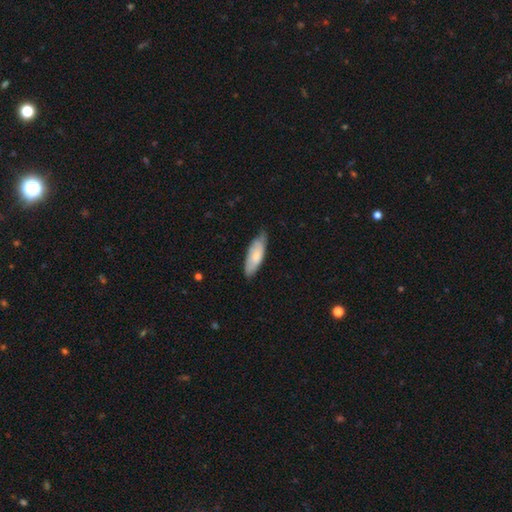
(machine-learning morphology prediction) Smooth or featured?
  - smooth: 69% *
  - featured or disk: 26%
  - star or artifact: 5%
How rounded?
  - in between: 65% *
  - cigar-shaped: 33%
  - round: 2%
Merging?
  - none: 67% *
  - minor disturbance: 28%
  - major disturbance: 4%
  - merger: 1%